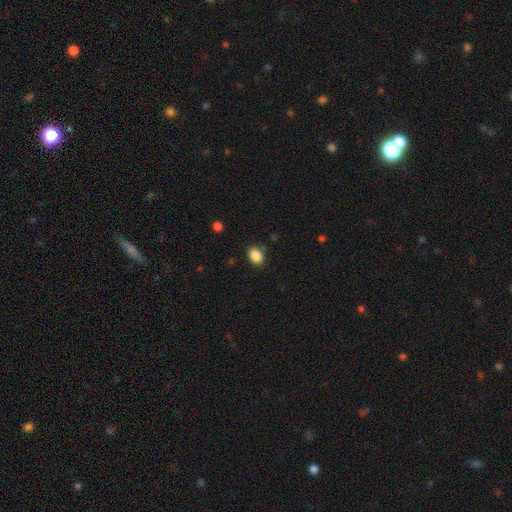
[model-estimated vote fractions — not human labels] Morphology: type=smooth (88%); roundness=in between (75%); merging=none (84%).